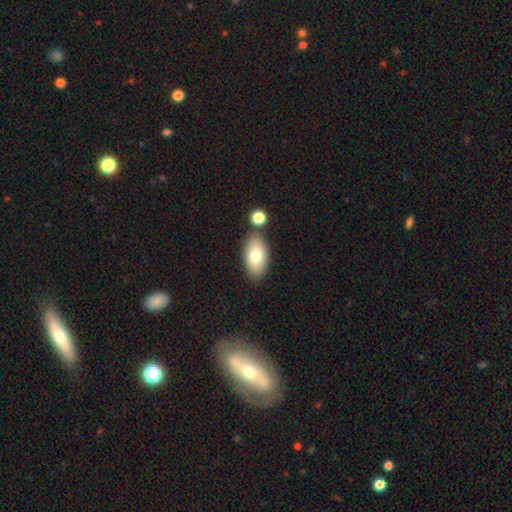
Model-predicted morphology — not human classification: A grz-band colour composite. It shows a smooth galaxy with no disk features (76%) that is in between round and cigar-shaped (93%). Merging: none (79%).